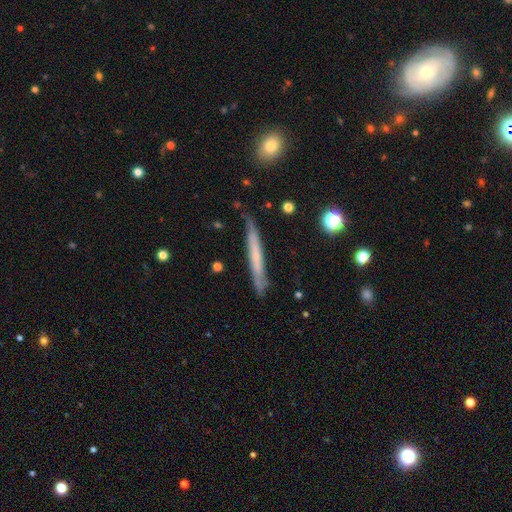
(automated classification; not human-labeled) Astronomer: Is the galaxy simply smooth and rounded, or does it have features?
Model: featured or disk — 50% (runner-up: smooth, 43%).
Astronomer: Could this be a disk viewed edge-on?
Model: yes — 90%.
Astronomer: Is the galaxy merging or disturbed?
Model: none — 78%.